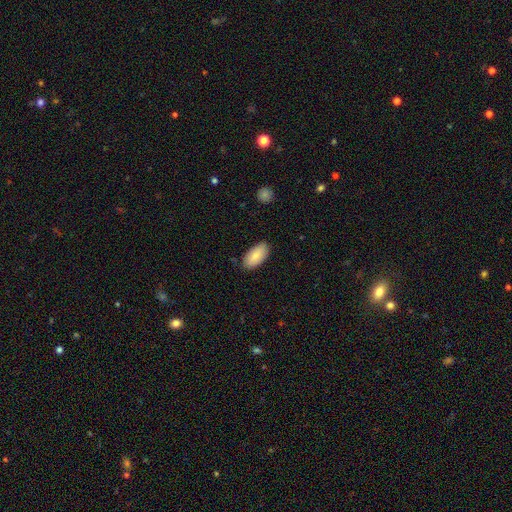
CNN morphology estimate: smooth_or_featured: smooth (p=0.82) [alt: featured or disk p=0.12]
how_rounded: in between (p=0.94) [alt: cigar-shaped p=0.04]
merging: none (p=0.85) [alt: minor disturbance p=0.12]